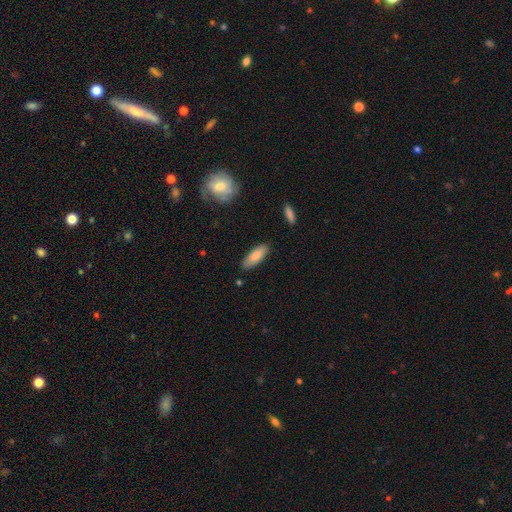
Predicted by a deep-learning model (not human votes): This appears to be a smooth galaxy with no disk features (83%) that is in between round and cigar-shaped (62%). Merging: none (80%).